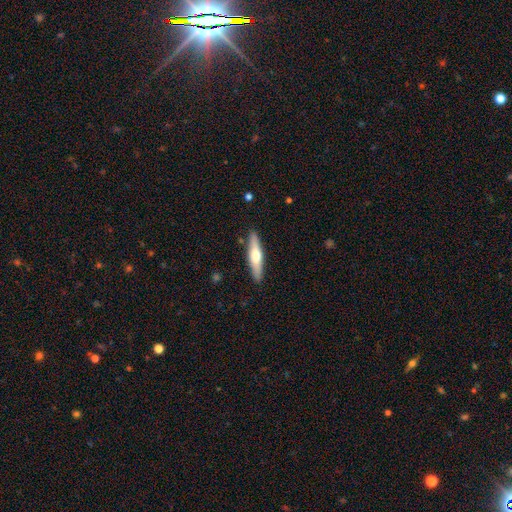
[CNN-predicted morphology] Smooth or featured? smooth (49%)
Merging? none (89%)